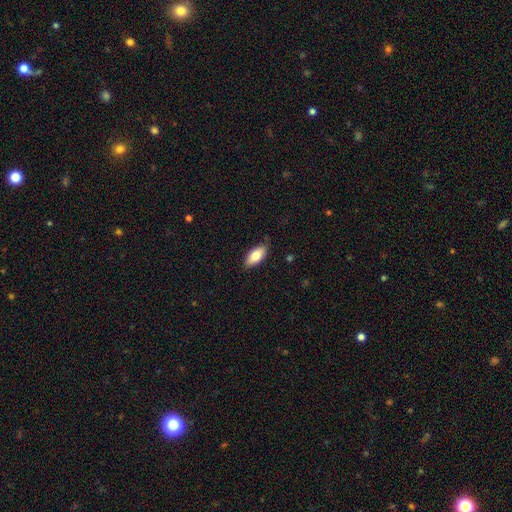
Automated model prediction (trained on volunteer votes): This is likely a smooth galaxy (78%). How rounded: clearly in between (90%). Merging: clearly none (82%).